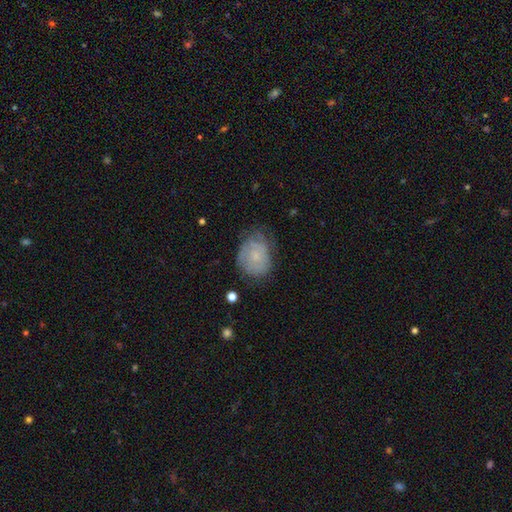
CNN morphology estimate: smooth_or_featured: featured or disk (p=0.47) [alt: smooth p=0.44]
merging: none (p=0.54) [alt: minor disturbance p=0.30]